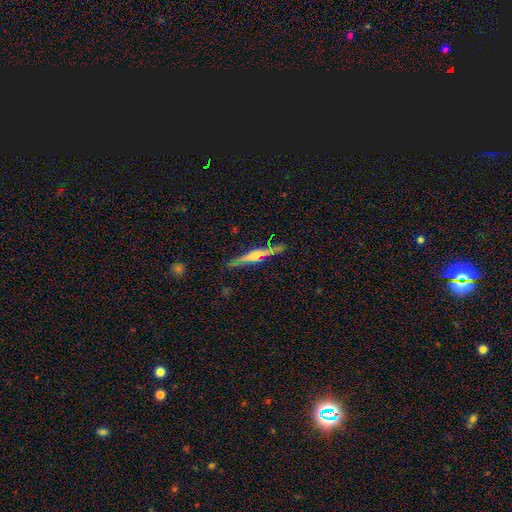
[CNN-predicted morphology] A featured or disk galaxy (54%) viewed edge-on (95%) with a rounded central bulge (55%). Merging: none (87%).